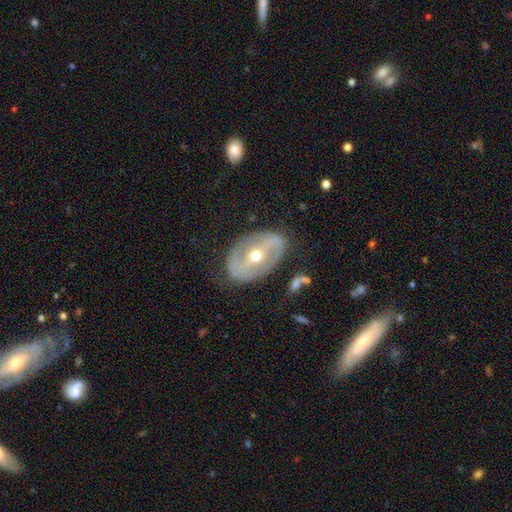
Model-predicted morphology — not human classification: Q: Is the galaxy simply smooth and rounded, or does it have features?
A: featured or disk — 81%.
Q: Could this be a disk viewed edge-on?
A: no — 94%.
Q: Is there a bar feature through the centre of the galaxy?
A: strong — 48%.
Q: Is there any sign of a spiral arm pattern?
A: yes — 64%.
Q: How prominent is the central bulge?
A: moderate — 64%.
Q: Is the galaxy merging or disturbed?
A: none — 80%.